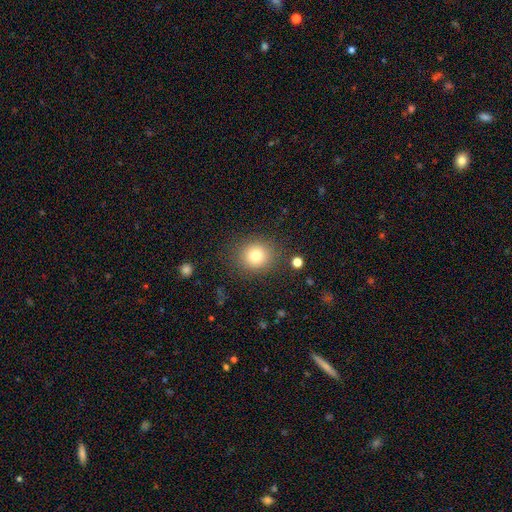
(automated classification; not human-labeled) Smooth or featured? smooth (80%)
How rounded? round (84%)
Merging? none (84%)